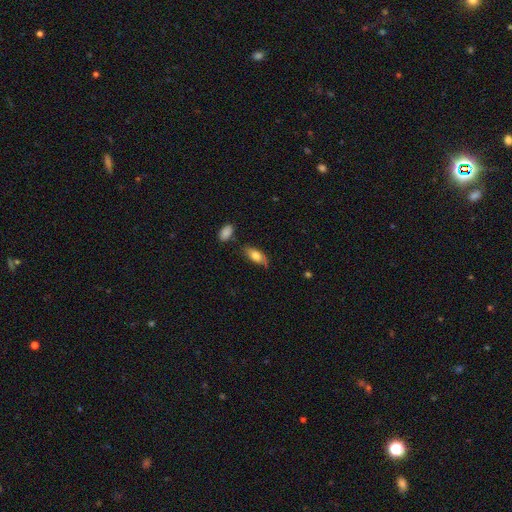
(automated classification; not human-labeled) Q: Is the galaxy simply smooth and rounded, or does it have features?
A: smooth — 74%.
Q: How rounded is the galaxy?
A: in between — 84%.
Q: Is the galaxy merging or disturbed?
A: none — 62%.